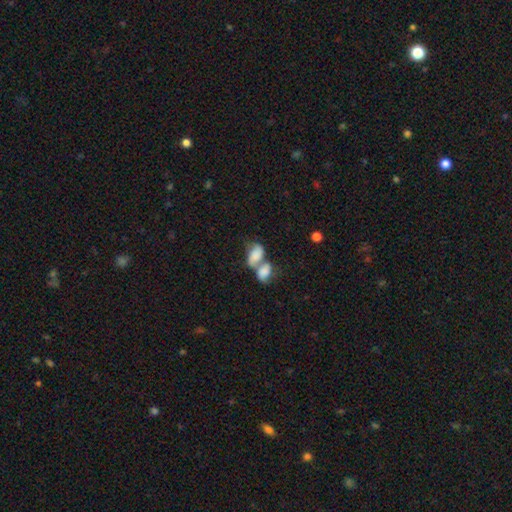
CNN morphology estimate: smooth-or-featured: smooth: 70% | featured or disk: 21% | star or artifact: 8%
  how-rounded: in between: 89% | round: 9% | cigar-shaped: 2%
  merging: merger: 76% | none: 11% | major disturbance: 7% | minor disturbance: 6%